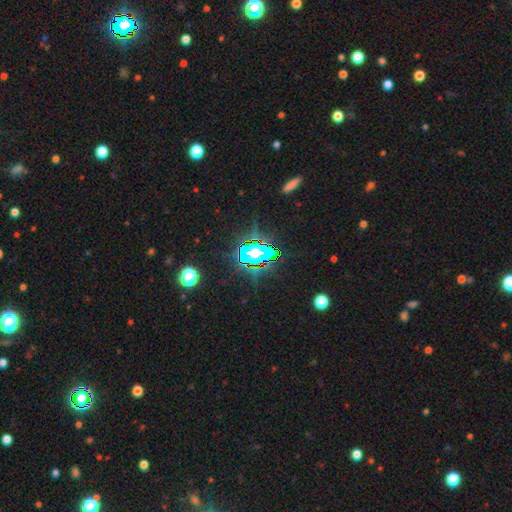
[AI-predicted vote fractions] Smooth or featured: star or artifact — 82% (smooth — 10%)